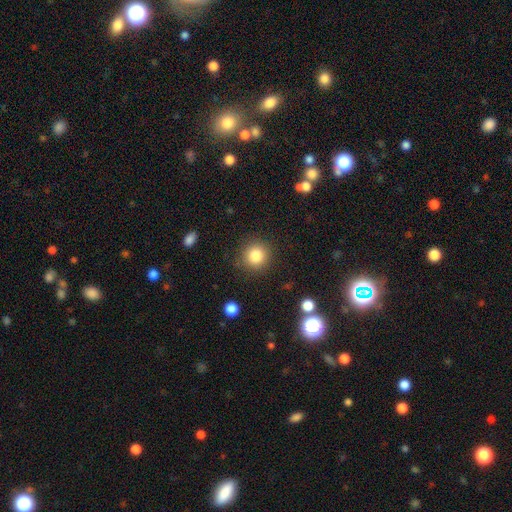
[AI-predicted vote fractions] smooth-or-featured: smooth: 83% | star or artifact: 11% | featured or disk: 6%
  how-rounded: round: 92% | in between: 7% | cigar-shaped: 1%
  merging: none: 88% | minor disturbance: 8% | major disturbance: 3% | merger: 2%